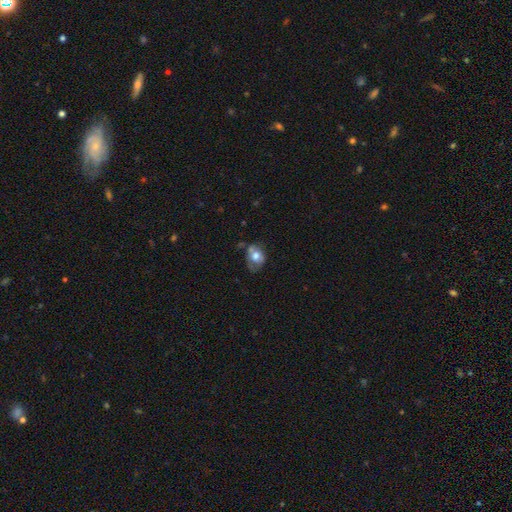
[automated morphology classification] A smooth galaxy with no disk features (65%) that is in between round and cigar-shaped (59%).

Vote fractions:
- Smooth or featured? smooth: 65% / featured or disk: 26% / star or artifact: 9%
- How rounded? in between: 59% / round: 40% / cigar-shaped: 1%
- Merging? none: 41% / minor disturbance: 33% / major disturbance: 17% / merger: 9%